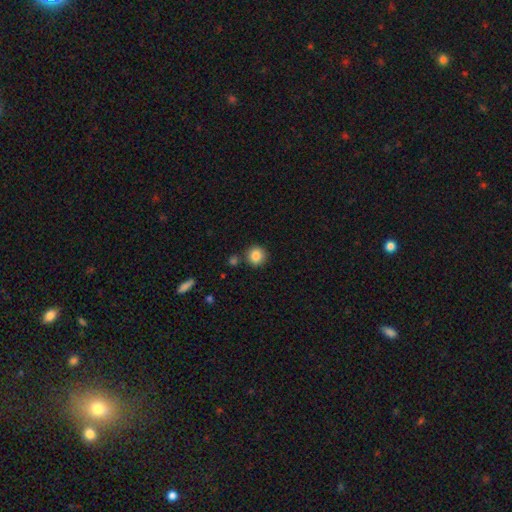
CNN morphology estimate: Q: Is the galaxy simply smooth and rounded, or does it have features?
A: smooth — 86%.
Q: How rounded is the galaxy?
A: round — 90%.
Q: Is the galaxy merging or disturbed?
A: none — 84%.